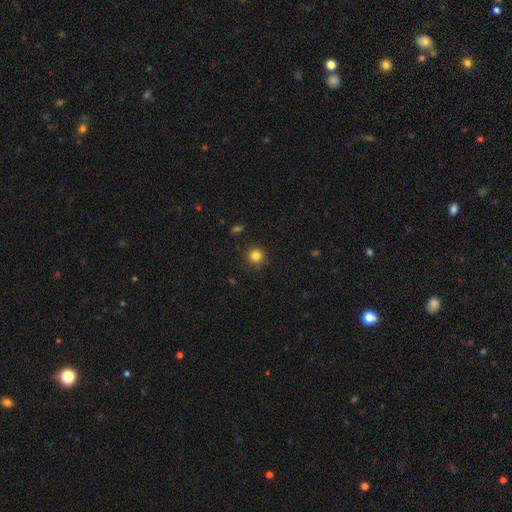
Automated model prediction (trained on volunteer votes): This appears to be a smooth galaxy with no disk features (83%) that is round (94%). Merging: none (88%).